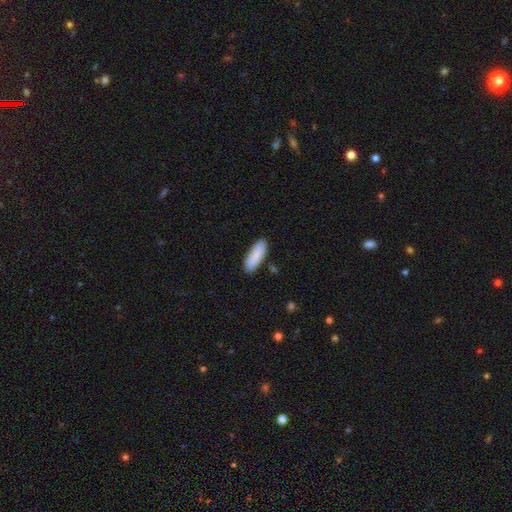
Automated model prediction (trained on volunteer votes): Smooth or featured: smooth — 87% (featured or disk — 7%)
How rounded: in between — 66% (cigar-shaped — 32%)
Merging: none — 86% (minor disturbance — 10%)